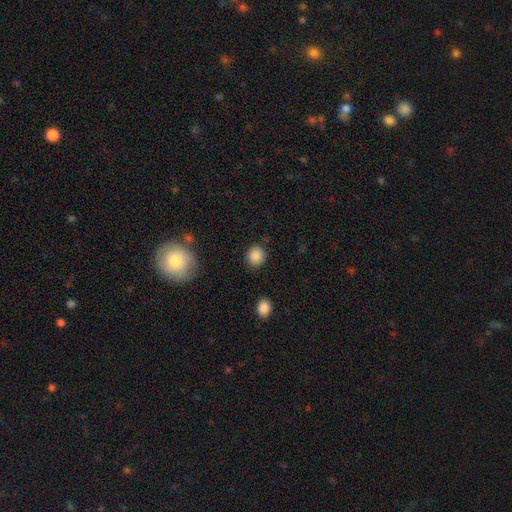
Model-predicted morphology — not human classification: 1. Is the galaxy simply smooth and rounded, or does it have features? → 87% smooth, 9% star or artifact, 3% featured or disk.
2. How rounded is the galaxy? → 85% round, 14% in between, 1% cigar-shaped.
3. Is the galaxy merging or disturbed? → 87% none, 9% minor disturbance, 3% major disturbance, 2% merger.